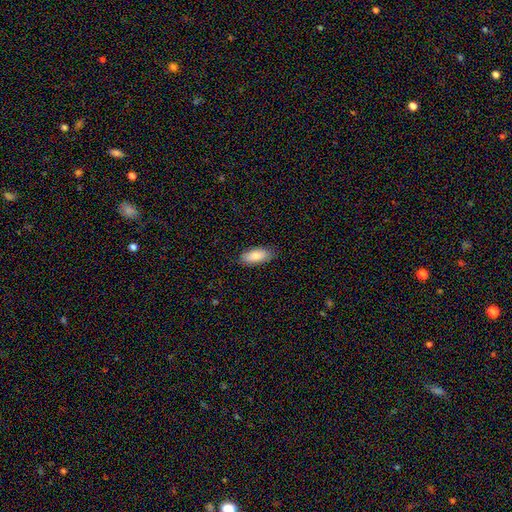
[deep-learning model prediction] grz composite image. It shows a smooth galaxy with no disk features (83%) that is in between round and cigar-shaped (85%). Merging: none (86%).